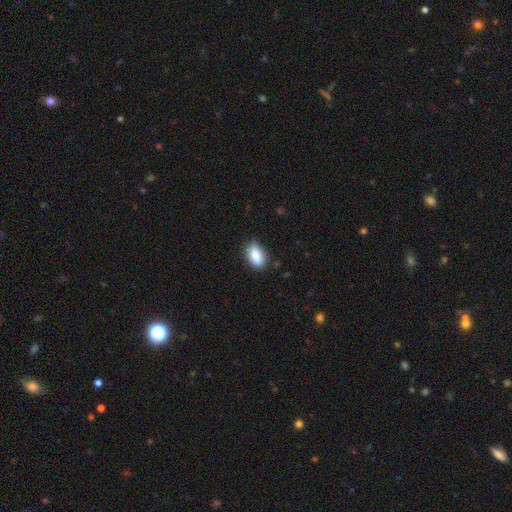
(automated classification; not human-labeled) Smooth or featured?
  - smooth: 87% *
  - star or artifact: 8%
  - featured or disk: 6%
How rounded?
  - in between: 89% *
  - round: 8%
  - cigar-shaped: 3%
Merging?
  - none: 77% *
  - minor disturbance: 19%
  - major disturbance: 3%
  - merger: 2%